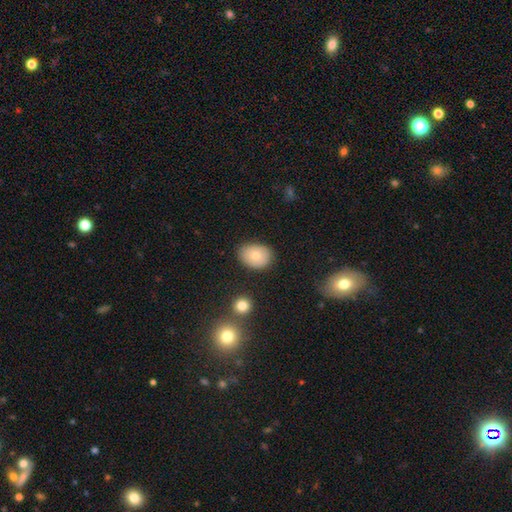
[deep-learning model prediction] A smooth galaxy with no disk features (77%) that is in between round and cigar-shaped (63%).

Vote fractions:
- Smooth or featured? smooth: 77% / featured or disk: 14% / star or artifact: 8%
- How rounded? in between: 63% / round: 36% / cigar-shaped: 1%
- Merging? none: 78% / minor disturbance: 16% / major disturbance: 3% / merger: 2%